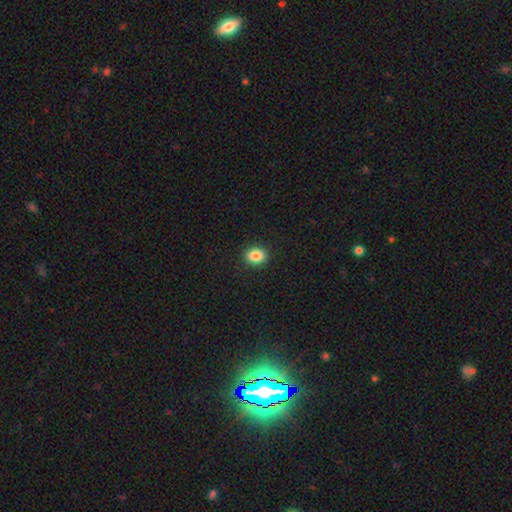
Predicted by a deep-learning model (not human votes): A smooth galaxy with no disk features (86%) that is round (50%).

Vote fractions:
- Smooth or featured? smooth: 86% / star or artifact: 9% / featured or disk: 5%
- How rounded? round: 50% / in between: 49% / cigar-shaped: 1%
- Merging? none: 91% / minor disturbance: 6% / major disturbance: 2% / merger: 1%